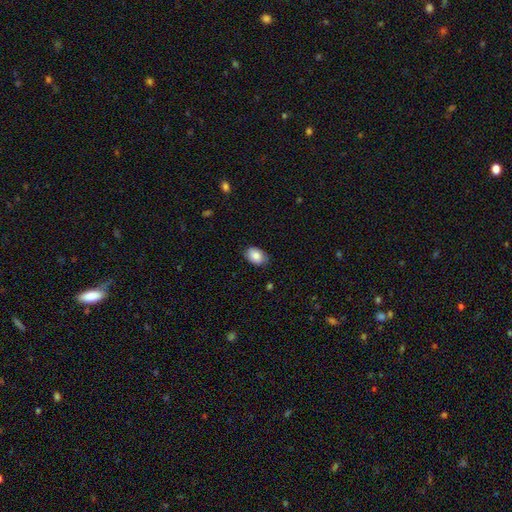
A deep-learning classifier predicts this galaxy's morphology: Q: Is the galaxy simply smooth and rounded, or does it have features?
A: smooth — 84%.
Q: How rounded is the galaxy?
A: in between — 86%.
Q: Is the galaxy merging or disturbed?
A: none — 83%.